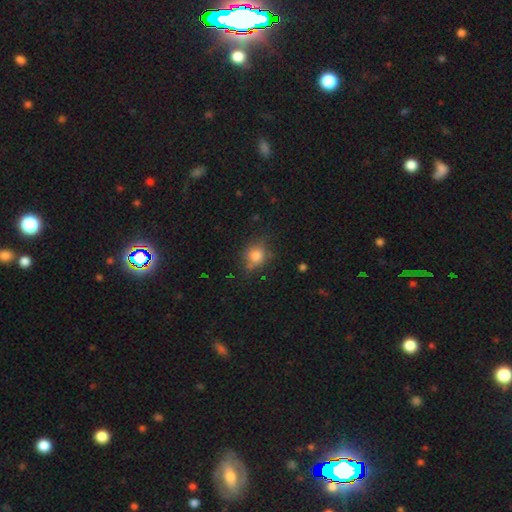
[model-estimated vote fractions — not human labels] Smooth or featured: smooth — 76% (featured or disk — 13%)
How rounded: round — 70% (in between — 29%)
Merging: none — 66% (minor disturbance — 23%)